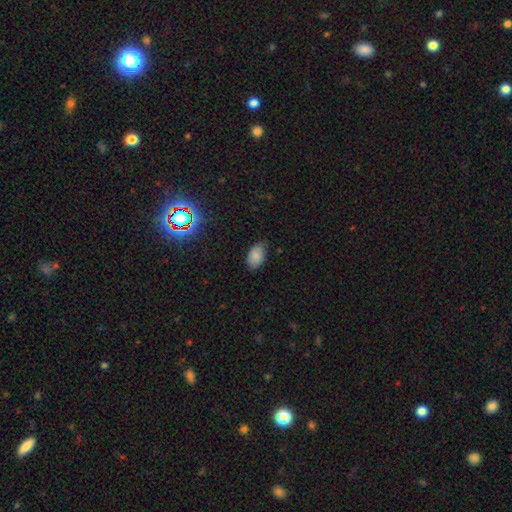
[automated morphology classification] Smooth or featured: smooth — 83% (star or artifact — 10%)
How rounded: in between — 92% (round — 7%)
Merging: none — 71% (minor disturbance — 24%)